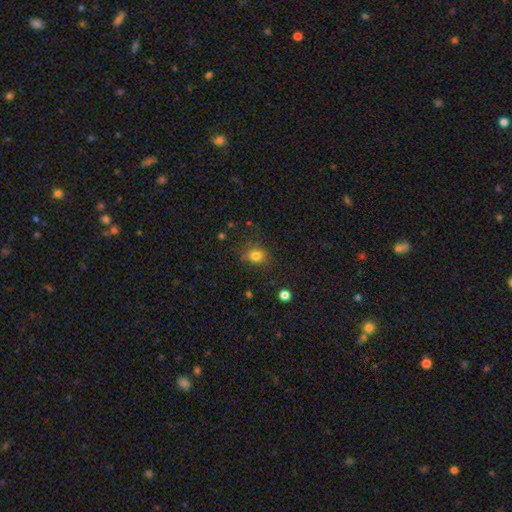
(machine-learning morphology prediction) smooth-or-featured: smooth: 80% | star or artifact: 13% | featured or disk: 7%
  how-rounded: round: 58% | in between: 40% | cigar-shaped: 1%
  merging: none: 75% | minor disturbance: 18% | major disturbance: 6% | merger: 2%